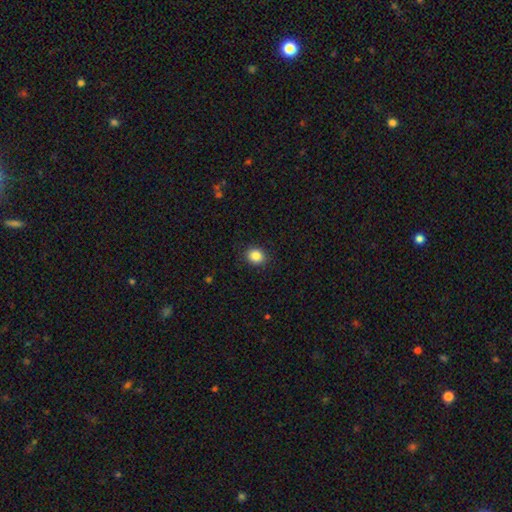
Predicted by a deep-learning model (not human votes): Smooth or featured: smooth — 86% (star or artifact — 10%)
How rounded: round — 71% (in between — 28%)
Merging: none — 90% (minor disturbance — 7%)